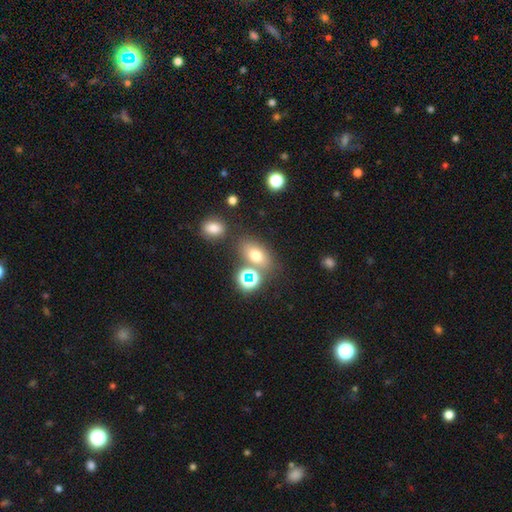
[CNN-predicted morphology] smooth-or-featured: smooth: 68% | star or artifact: 20% | featured or disk: 13%
  how-rounded: in between: 76% | round: 22% | cigar-shaped: 3%
  merging: none: 67% | merger: 15% | minor disturbance: 12% | major disturbance: 5%